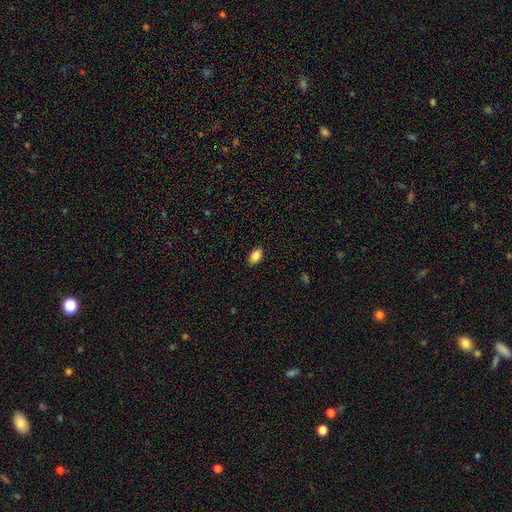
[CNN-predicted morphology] smooth-or-featured: smooth: 87% | star or artifact: 8% | featured or disk: 4%
  how-rounded: in between: 89% | round: 10% | cigar-shaped: 1%
  merging: none: 88% | minor disturbance: 9% | major disturbance: 2% | merger: 1%